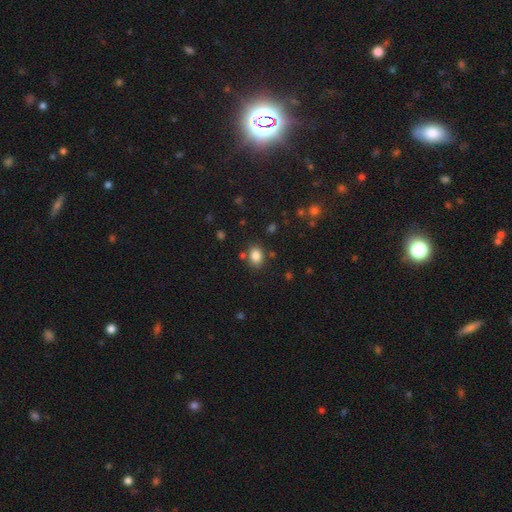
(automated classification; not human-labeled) Smooth or featured?
  - smooth: 83% *
  - star or artifact: 11%
  - featured or disk: 6%
How rounded?
  - in between: 62% *
  - round: 37%
  - cigar-shaped: 1%
Merging?
  - none: 79% *
  - minor disturbance: 11%
  - merger: 6%
  - major disturbance: 3%